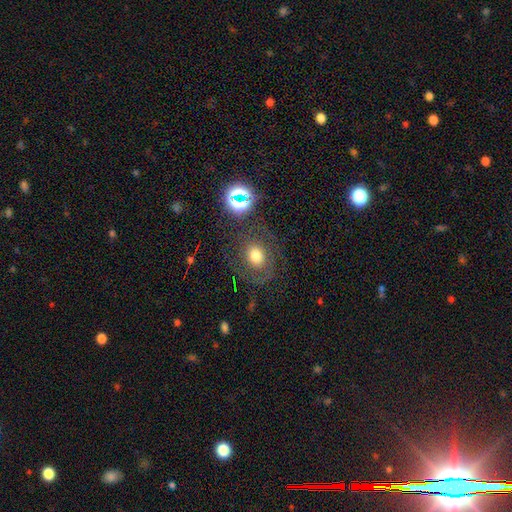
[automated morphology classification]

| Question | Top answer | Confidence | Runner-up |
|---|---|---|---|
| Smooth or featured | smooth | 48% | featured or disk (35%) |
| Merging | none | 68% | major disturbance (14%) |